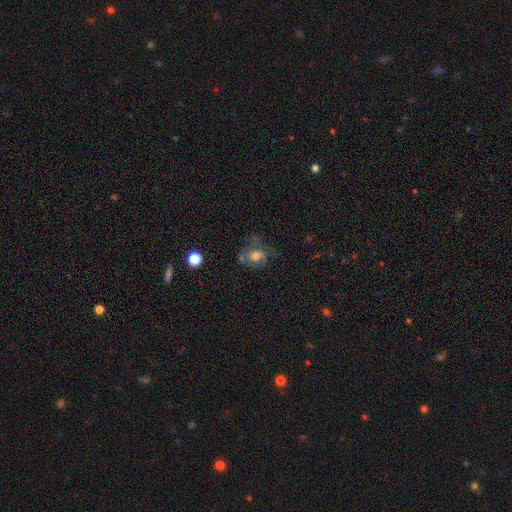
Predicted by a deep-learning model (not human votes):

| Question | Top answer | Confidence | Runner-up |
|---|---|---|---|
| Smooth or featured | featured or disk | 47% | smooth (41%) |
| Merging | none | 50% | minor disturbance (24%) |